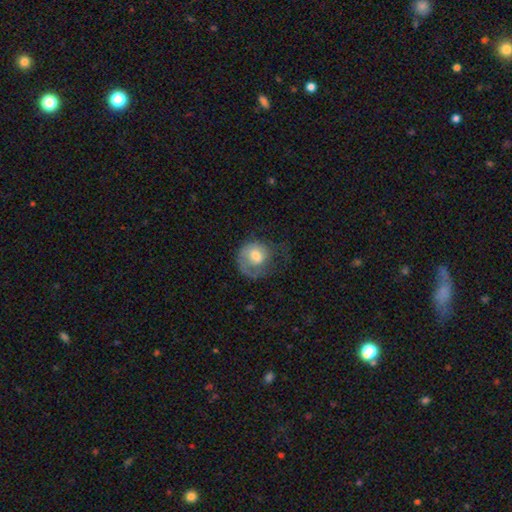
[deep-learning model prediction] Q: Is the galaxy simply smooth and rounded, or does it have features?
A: smooth — 51%.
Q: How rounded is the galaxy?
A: round — 76%.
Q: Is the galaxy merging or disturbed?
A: none — 39%.